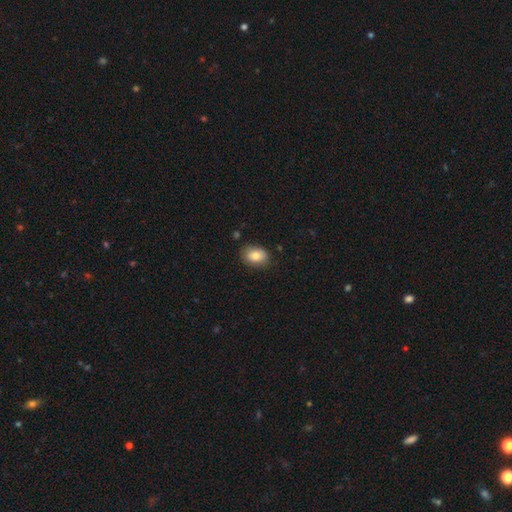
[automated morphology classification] smooth_or_featured: smooth (p=0.81) [alt: featured or disk p=0.11]
how_rounded: in between (p=0.74) [alt: round p=0.25]
merging: none (p=0.79) [alt: minor disturbance p=0.16]